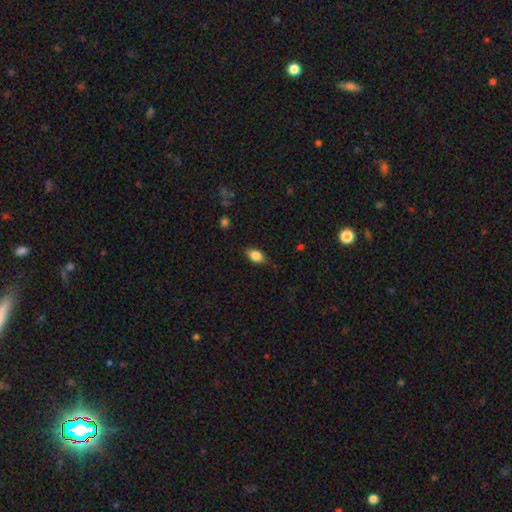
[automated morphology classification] A smooth galaxy with no disk features (83%) that is in between round and cigar-shaped (87%). Merging: none (79%).